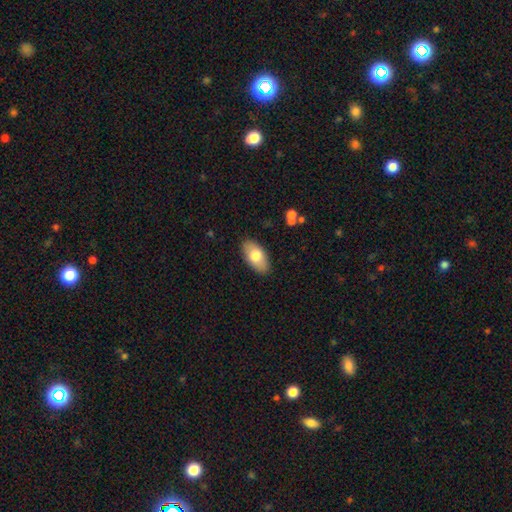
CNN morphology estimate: Smooth or featured?
  - smooth: 75% *
  - featured or disk: 19%
  - star or artifact: 6%
How rounded?
  - in between: 94% *
  - round: 3%
  - cigar-shaped: 3%
Merging?
  - none: 87% *
  - minor disturbance: 9%
  - major disturbance: 2%
  - merger: 1%